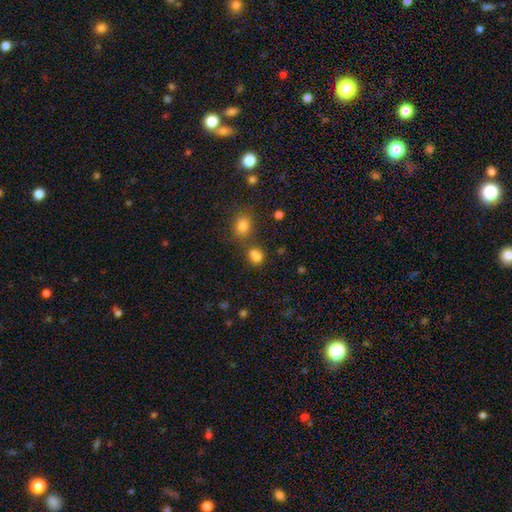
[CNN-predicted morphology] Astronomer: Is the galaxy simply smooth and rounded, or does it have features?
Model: smooth — 77%.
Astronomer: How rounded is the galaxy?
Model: round — 52% (runner-up: in between, 47%).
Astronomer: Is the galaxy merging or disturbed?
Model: none — 48% (runner-up: merger, 33%).